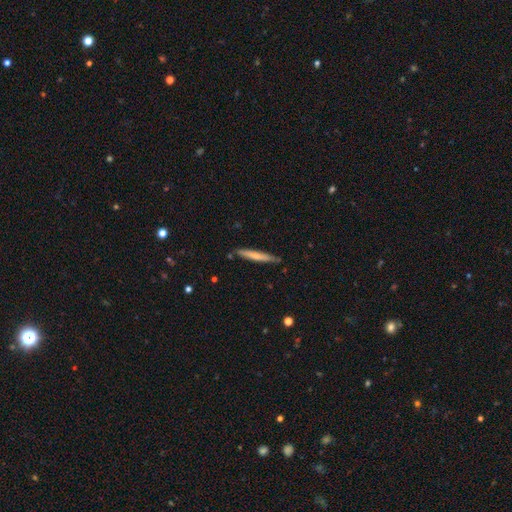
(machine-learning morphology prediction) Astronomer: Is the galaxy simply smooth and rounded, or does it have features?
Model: smooth — 62%.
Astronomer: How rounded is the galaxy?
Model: cigar-shaped — 95%.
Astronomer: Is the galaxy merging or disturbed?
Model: none — 84%.